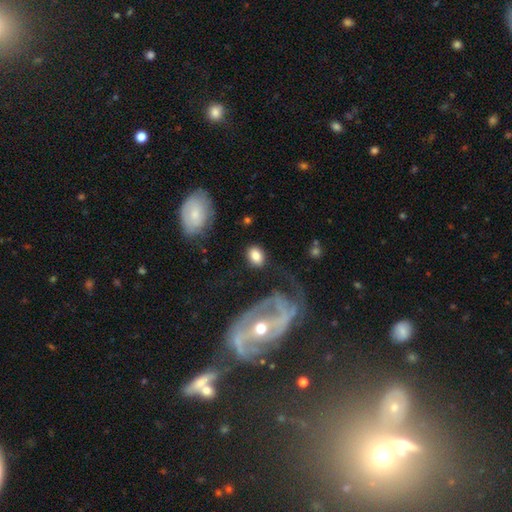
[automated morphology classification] smooth 78%, featured or disk 15%, star or artifact 7%. Down the decision tree: how rounded — in between (72%); merging — none (74%).